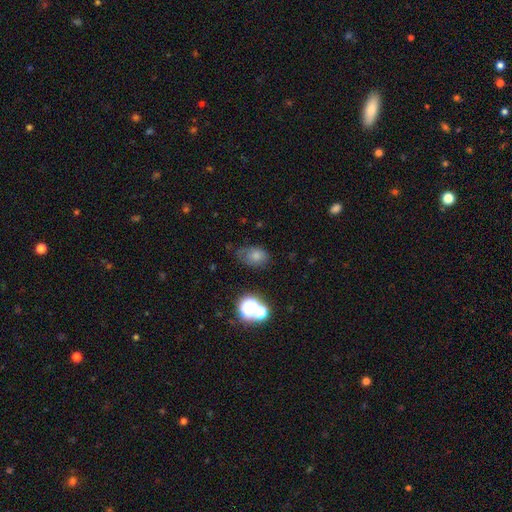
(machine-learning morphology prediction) Smooth or featured?
  - smooth: 68% *
  - star or artifact: 16%
  - featured or disk: 16%
How rounded?
  - in between: 72% *
  - round: 26%
  - cigar-shaped: 1%
Merging?
  - none: 52% *
  - minor disturbance: 30%
  - major disturbance: 13%
  - merger: 5%